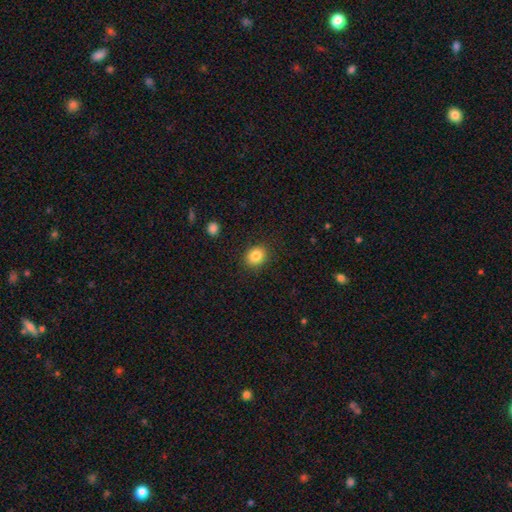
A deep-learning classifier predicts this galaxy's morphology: Smooth or featured?
  - smooth: 84% *
  - star or artifact: 10%
  - featured or disk: 6%
How rounded?
  - round: 58% *
  - in between: 41%
  - cigar-shaped: 1%
Merging?
  - none: 88% *
  - minor disturbance: 8%
  - major disturbance: 2%
  - merger: 1%